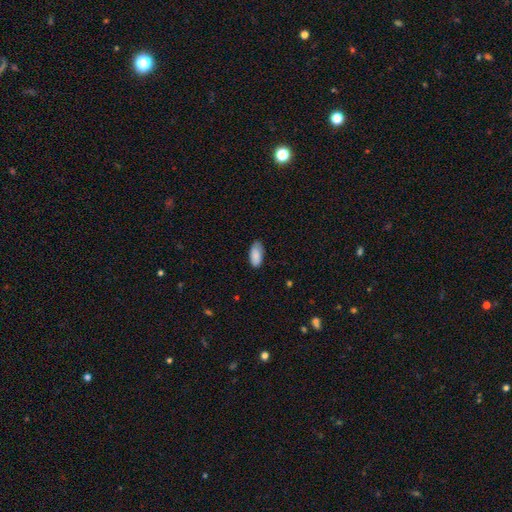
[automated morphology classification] Overall: smooth (88%). How rounded: in between (92%). Merging: none (77%).